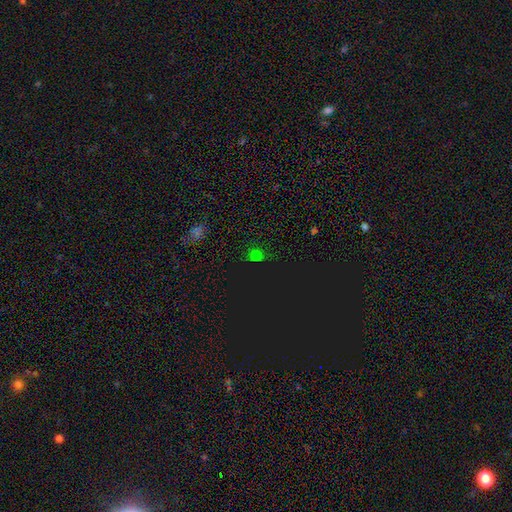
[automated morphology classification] Smooth or featured?
  - star or artifact: 52% *
  - smooth: 43%
  - featured or disk: 5%